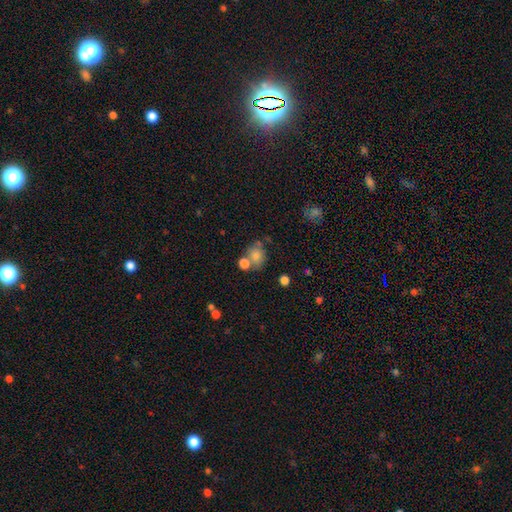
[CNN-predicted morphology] Smooth or featured? smooth (77%)
How rounded? round (53%)
Merging? none (50%)